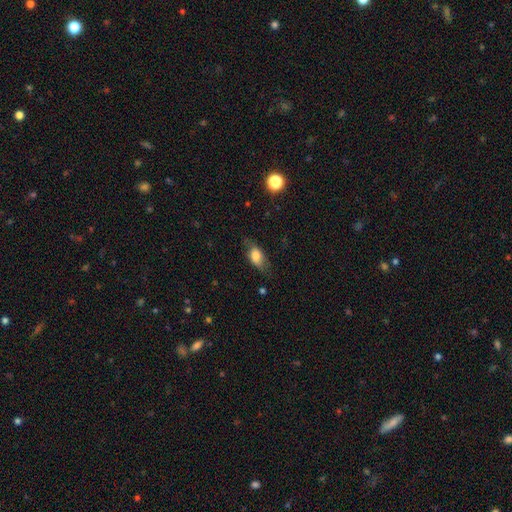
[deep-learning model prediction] smooth_or_featured: smooth (p=0.69) [alt: featured or disk p=0.23]
how_rounded: in between (p=0.80) [alt: cigar-shaped p=0.11]
merging: none (p=0.65) [alt: minor disturbance p=0.24]